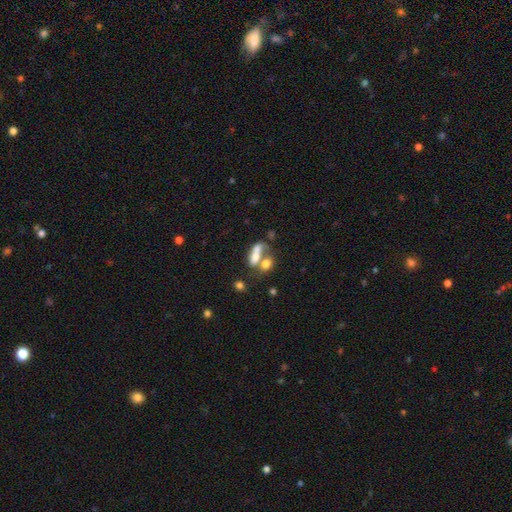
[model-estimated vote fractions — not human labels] This appears to be a smooth galaxy with no disk features (64%) that is in between round and cigar-shaped (78%). Merging: merger (61%).